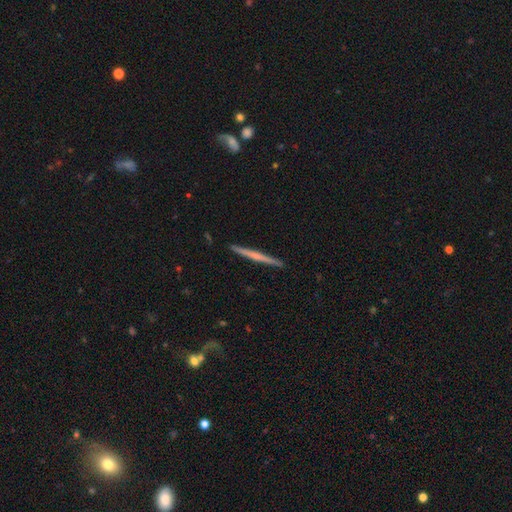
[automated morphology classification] smooth-or-featured: featured or disk: 59% | smooth: 36% | star or artifact: 5%
  disk-edge-on: yes: 98% | no: 2%
    edge-on-bulge: none: 62% | rounded: 29% | boxy: 9%
  merging: none: 92% | minor disturbance: 5% | major disturbance: 1% | merger: 1%